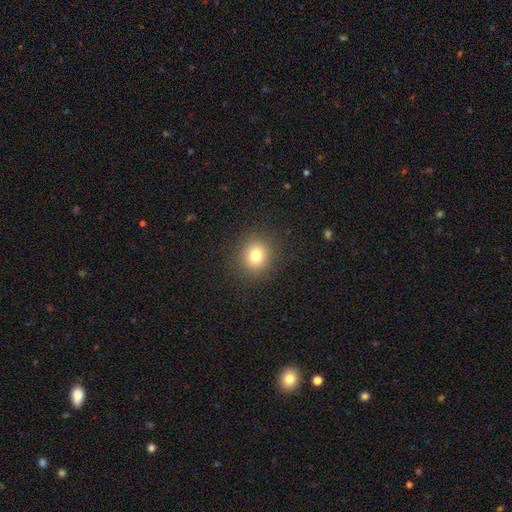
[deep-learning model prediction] This appears to be a smooth galaxy with no disk features (79%) that is round (85%). Merging: none (89%).